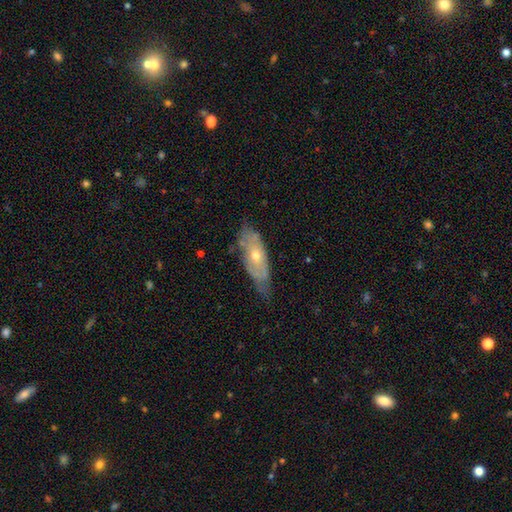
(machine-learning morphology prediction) smooth-or-featured: featured or disk: 57% | smooth: 37% | star or artifact: 6%
  disk-edge-on: no: 76% | yes: 24%
  merging: none: 55% | minor disturbance: 34% | major disturbance: 9% | merger: 2%